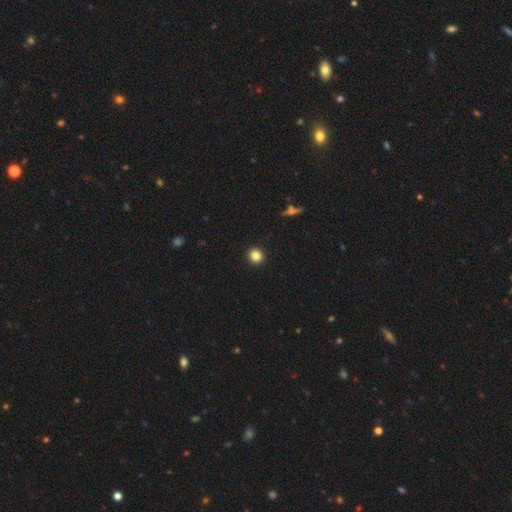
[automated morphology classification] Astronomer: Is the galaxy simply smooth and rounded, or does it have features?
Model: smooth — 84%.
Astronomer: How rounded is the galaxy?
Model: round — 93%.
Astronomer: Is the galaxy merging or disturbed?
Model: none — 93%.